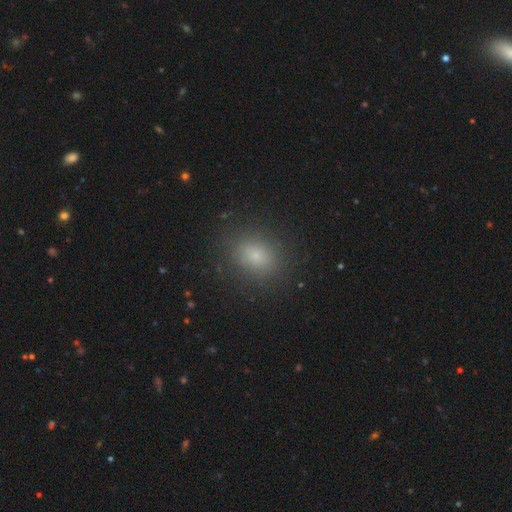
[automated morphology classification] smooth-or-featured: smooth: 77% | star or artifact: 14% | featured or disk: 8%
  how-rounded: round: 52% | in between: 46% | cigar-shaped: 1%
  merging: none: 86% | minor disturbance: 9% | major disturbance: 4% | merger: 1%